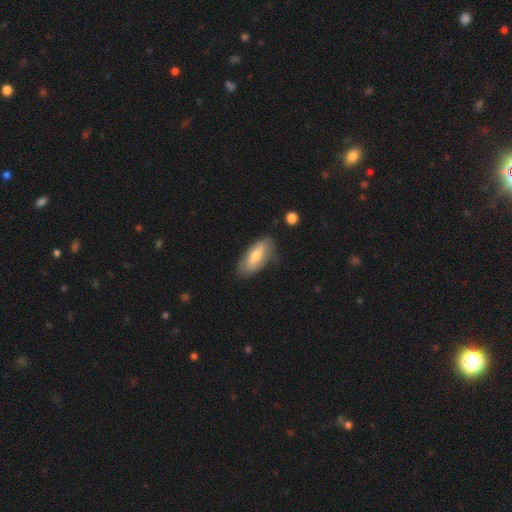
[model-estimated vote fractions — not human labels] A smooth galaxy with no disk features (57%) that is in between round and cigar-shaped (81%).

Vote fractions:
- Smooth or featured? smooth: 57% / featured or disk: 37% / star or artifact: 6%
- How rounded? in between: 81% / cigar-shaped: 16% / round: 3%
- Merging? none: 76% / minor disturbance: 19% / major disturbance: 4% / merger: 2%